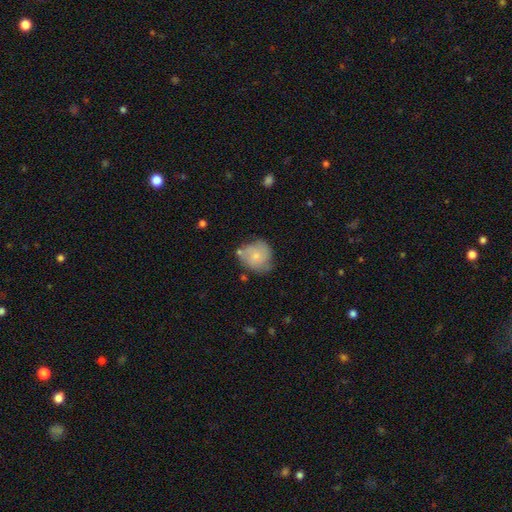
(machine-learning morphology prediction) This appears to be a smooth galaxy with no disk features (56%) that is round (75%). Merging: none (55%).